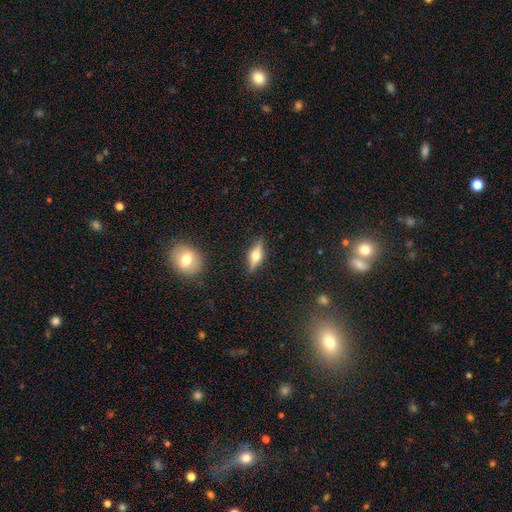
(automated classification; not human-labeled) smooth-or-featured: featured or disk: 60% | smooth: 33% | star or artifact: 7%
  disk-edge-on: yes: 94% | no: 6%
    edge-on-bulge: rounded: 92% | boxy: 6% | none: 2%
  merging: none: 86% | minor disturbance: 10% | major disturbance: 3% | merger: 2%